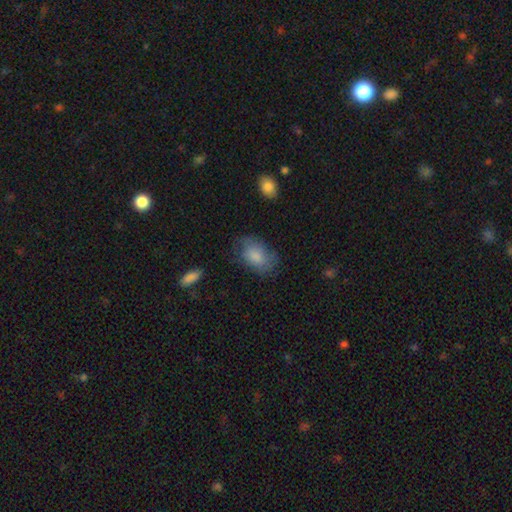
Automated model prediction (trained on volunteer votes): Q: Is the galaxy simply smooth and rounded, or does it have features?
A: smooth — 79%.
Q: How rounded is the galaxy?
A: in between — 87%.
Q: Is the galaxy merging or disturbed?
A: none — 62%.